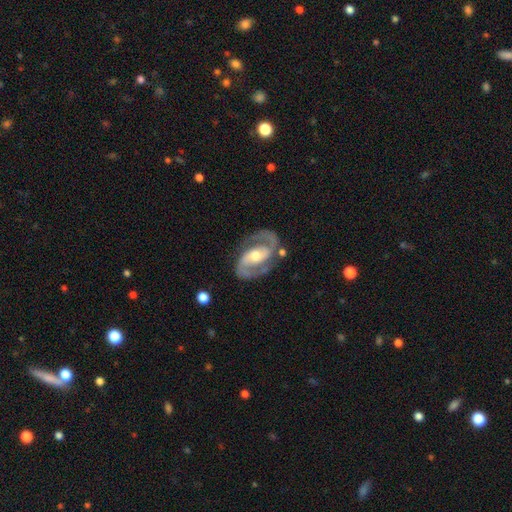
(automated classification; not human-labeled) A featured or disk galaxy (91%) with a weak bar (37%), 2 (93%) medium (57%) spiral arms (97%) and a moderate central bulge (67%).

Vote fractions:
- Smooth or featured? featured or disk: 91% / smooth: 5% / star or artifact: 4%
- Edge-on disk? no: 97% / yes: 3%
- Bar? weak: 37% / no: 34% / strong: 29%
- Spiral arms? yes: 97% / no: 3%
- Spiral winding? medium: 57% / tight: 29% / loose: 14%
- Spiral arm count? 2: 93% / can't tell: 2% / 1: 2% / 3: 1% / 4: 1% / more than 4: 1%
- Bulge size? moderate: 67% / small: 24% / large: 6% / none: 1% / dominant: 1%
- Merging? none: 81% / minor disturbance: 12% / major disturbance: 5% / merger: 2%